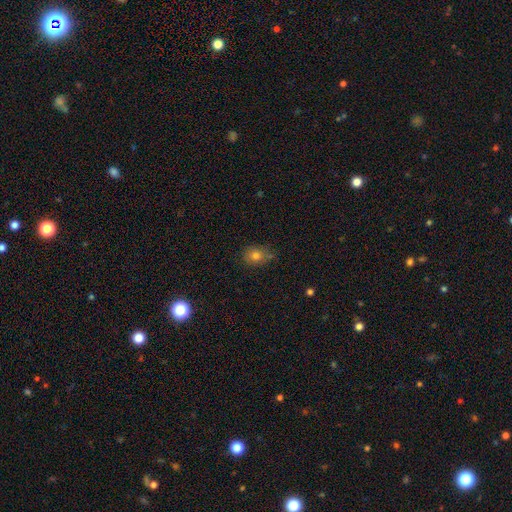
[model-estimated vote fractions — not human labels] Smooth or featured? Predicted: smooth (p=0.79). How rounded? Predicted: round (p=0.63). Merging? Predicted: none (p=0.68).